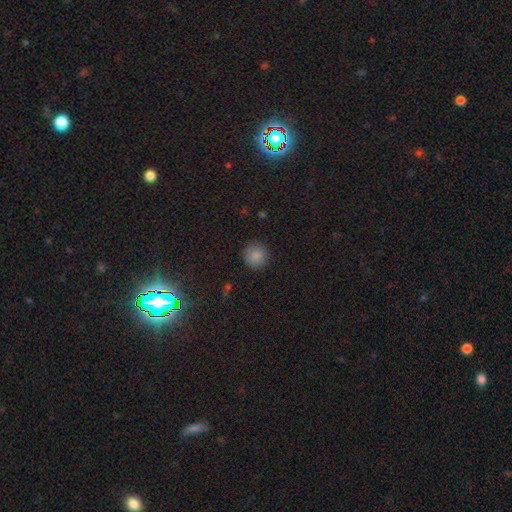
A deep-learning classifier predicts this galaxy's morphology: The model was most divided on "smooth or featured": smooth: 85%, star or artifact: 11%, featured or disk: 4%. More confident: how rounded — round (93%); merging — none (87%).